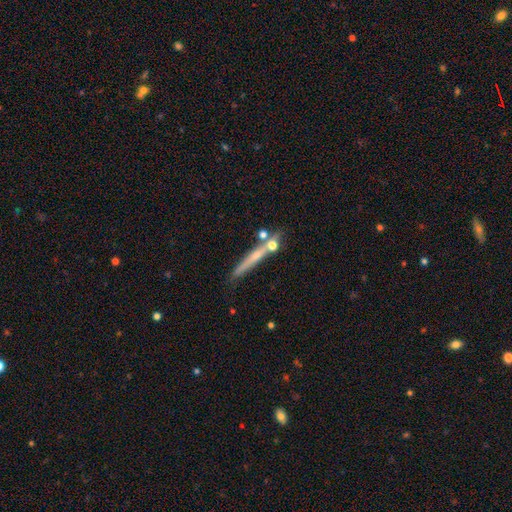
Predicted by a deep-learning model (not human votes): A featured or disk galaxy (49%). Merging: none (69%).